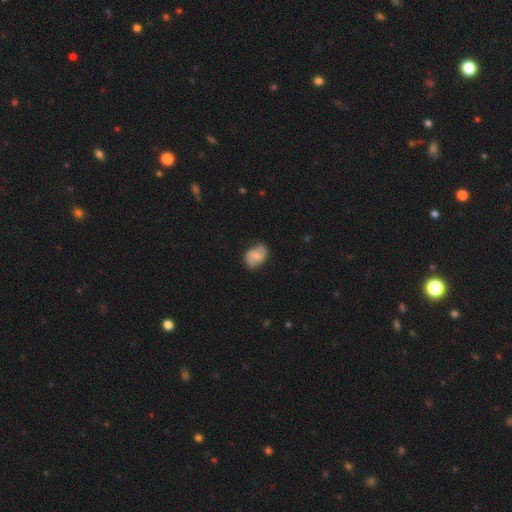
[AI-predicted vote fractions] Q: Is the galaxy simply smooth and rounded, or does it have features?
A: featured or disk — 55%.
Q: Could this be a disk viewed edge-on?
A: no — 97%.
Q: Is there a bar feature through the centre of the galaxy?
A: weak — 51%.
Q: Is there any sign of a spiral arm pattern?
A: yes — 85%.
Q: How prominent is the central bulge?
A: small — 44%.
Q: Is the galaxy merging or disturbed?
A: none — 76%.